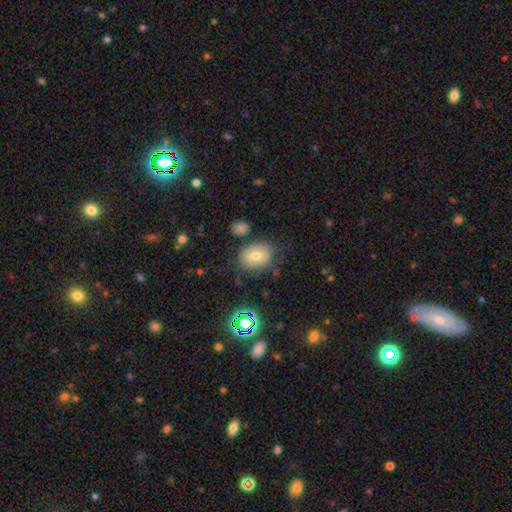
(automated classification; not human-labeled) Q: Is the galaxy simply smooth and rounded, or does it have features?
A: smooth — 64%.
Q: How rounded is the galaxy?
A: in between — 58%.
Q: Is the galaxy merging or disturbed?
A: none — 65%.